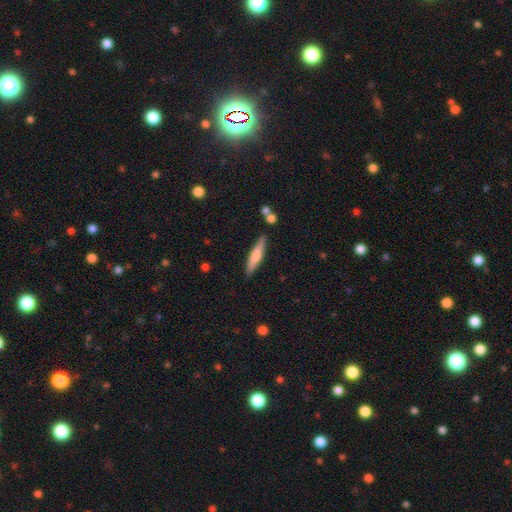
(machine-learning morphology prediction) smooth_or_featured: smooth (p=0.66) [alt: featured or disk p=0.28]
how_rounded: cigar-shaped (p=0.84) [alt: in between p=0.15]
merging: none (p=0.84) [alt: minor disturbance p=0.10]